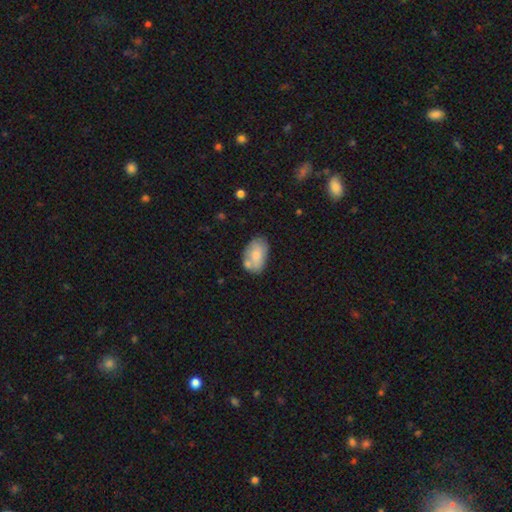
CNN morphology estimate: Smooth or featured? Predicted: smooth (p=0.73). How rounded? Predicted: in between (p=0.90). Merging? Predicted: none (p=0.57).